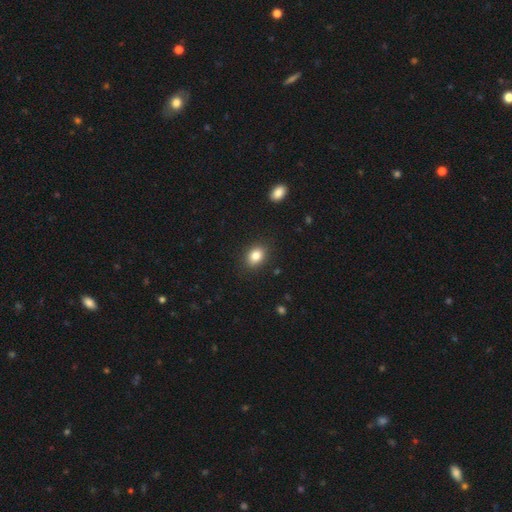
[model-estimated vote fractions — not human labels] smooth-or-featured: smooth: 84% | star or artifact: 10% | featured or disk: 7%
  how-rounded: in between: 63% | round: 35% | cigar-shaped: 1%
  merging: none: 87% | minor disturbance: 9% | major disturbance: 3% | merger: 1%